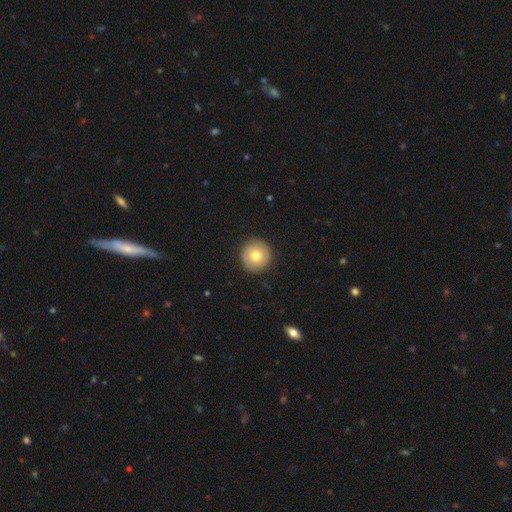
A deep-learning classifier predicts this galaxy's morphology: type=smooth (73%); roundness=round (94%); merging=none (91%).